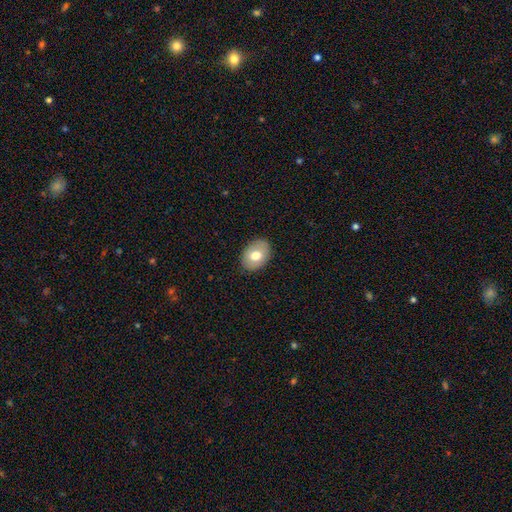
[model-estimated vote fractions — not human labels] This appears to be a smooth galaxy with no disk features (72%) that is in between round and cigar-shaped (75%). Merging: none (87%).